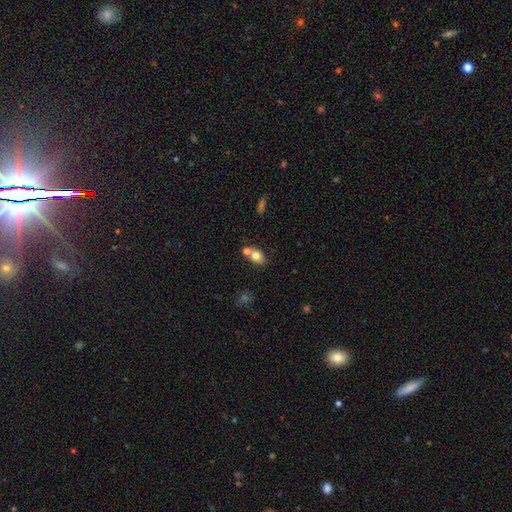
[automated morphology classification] smooth-or-featured: smooth: 76% | featured or disk: 14% | star or artifact: 10%
  how-rounded: in between: 60% | round: 38% | cigar-shaped: 1%
  merging: none: 49% | merger: 36% | minor disturbance: 11% | major disturbance: 3%